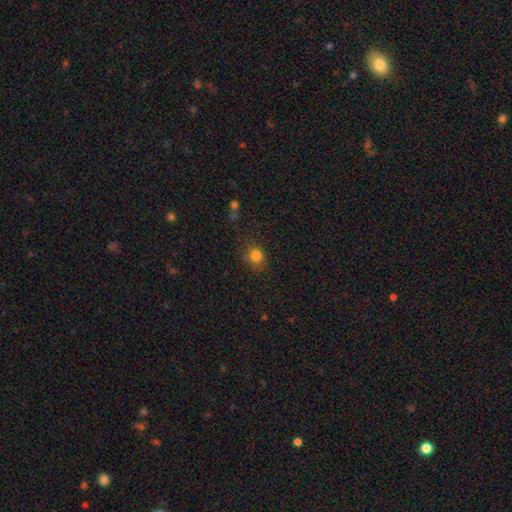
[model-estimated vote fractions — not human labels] A smooth galaxy with no disk features (81%) that is round (70%).

Vote fractions:
- Smooth or featured? smooth: 81% / star or artifact: 13% / featured or disk: 6%
- How rounded? round: 70% / in between: 29% / cigar-shaped: 1%
- Merging? none: 76% / minor disturbance: 16% / major disturbance: 5% / merger: 2%